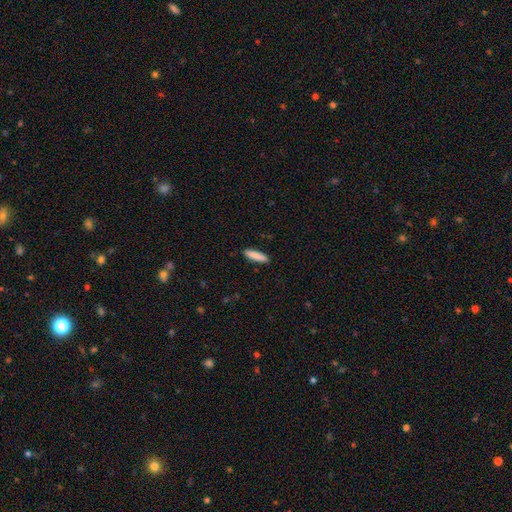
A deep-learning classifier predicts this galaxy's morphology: smooth_or_featured: smooth (p=0.88) [alt: featured or disk p=0.06]
how_rounded: cigar-shaped (p=0.74) [alt: in between p=0.25]
merging: none (p=0.90) [alt: minor disturbance p=0.08]